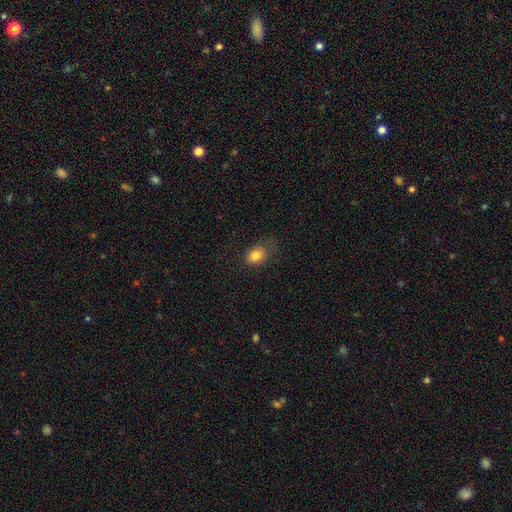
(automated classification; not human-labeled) smooth-or-featured: smooth: 81% | star or artifact: 11% | featured or disk: 9%
  how-rounded: in between: 66% | round: 33% | cigar-shaped: 1%
  merging: none: 65% | minor disturbance: 25% | major disturbance: 10% | merger: 1%